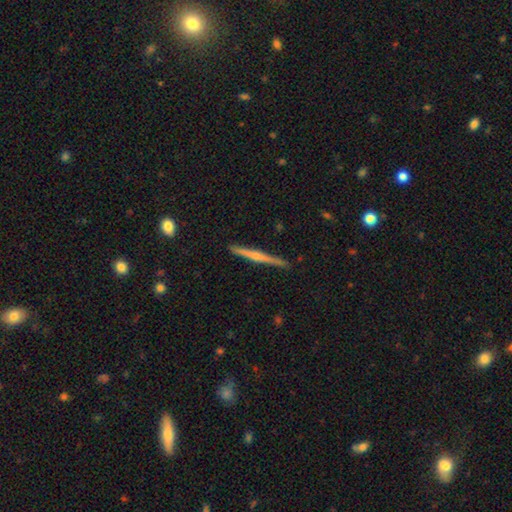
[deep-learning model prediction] Smooth or featured: featured or disk — 68% (smooth — 26%)
Edge-on disk: yes — 98% (no — 2%)
Edge-on bulge: rounded — 69% (none — 24%)
Merging: none — 90% (minor disturbance — 8%)